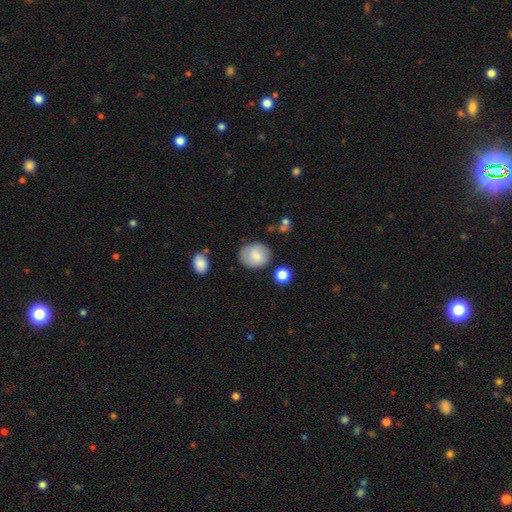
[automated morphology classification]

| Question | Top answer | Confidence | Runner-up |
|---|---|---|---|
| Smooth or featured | smooth | 81% | featured or disk (12%) |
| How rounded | round | 60% | in between (39%) |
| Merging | none | 76% | minor disturbance (16%) |